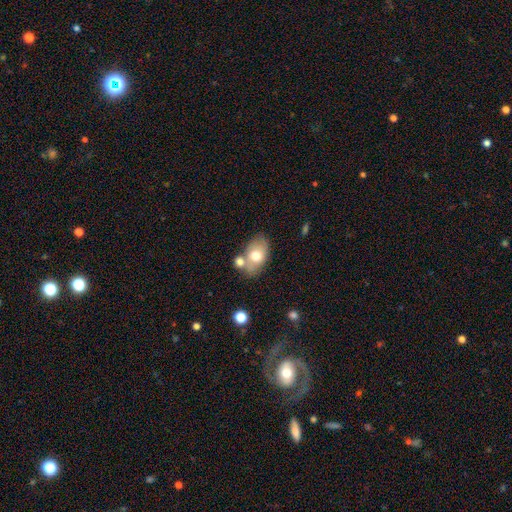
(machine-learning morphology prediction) type=smooth (68%); roundness=in between (84%); merging=none (54%).